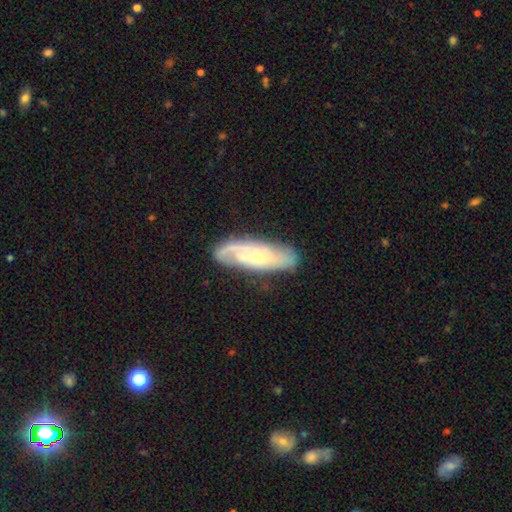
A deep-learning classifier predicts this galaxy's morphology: This is likely a featured or disk galaxy (70%). It is clearly not viewed edge-on (85%). Bar: likely no (69%). Spiral arm pattern: clearly yes (90%). Spiral arm count: possibly 2 (49%). Spiral winding: marginally tight (43%). Central bulge: likely small (63%). Merging: likely none (75%).